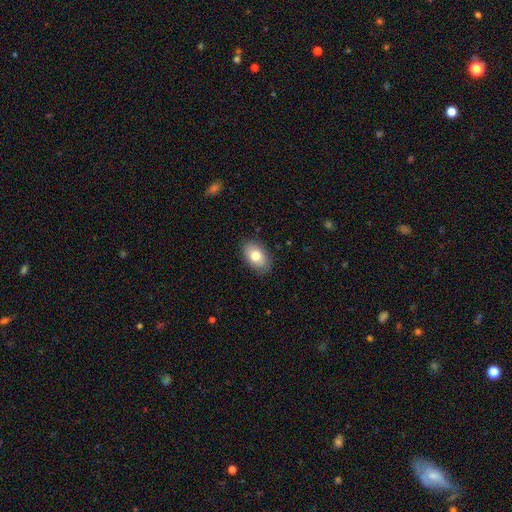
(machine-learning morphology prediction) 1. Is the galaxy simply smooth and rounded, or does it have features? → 77% smooth, 15% featured or disk, 7% star or artifact.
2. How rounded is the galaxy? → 90% in between, 9% round, 1% cigar-shaped.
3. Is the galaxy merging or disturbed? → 86% none, 11% minor disturbance, 2% major disturbance, 1% merger.